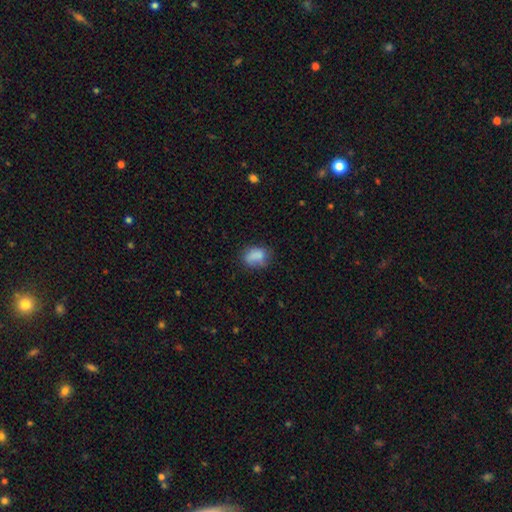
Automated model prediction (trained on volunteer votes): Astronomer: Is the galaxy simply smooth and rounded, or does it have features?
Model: smooth — 79%.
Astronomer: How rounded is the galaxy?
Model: in between — 76%.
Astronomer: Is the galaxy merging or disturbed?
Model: none — 53% (runner-up: minor disturbance, 30%).